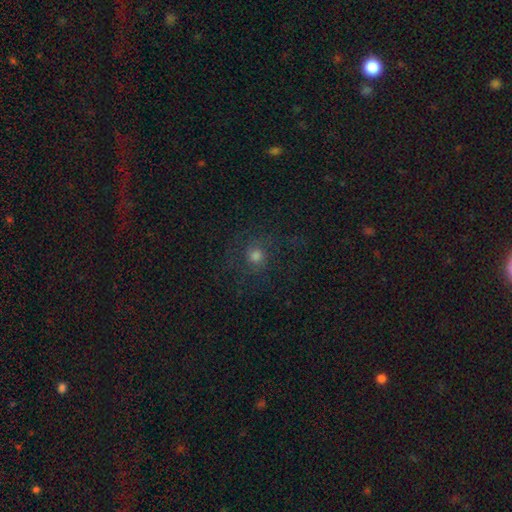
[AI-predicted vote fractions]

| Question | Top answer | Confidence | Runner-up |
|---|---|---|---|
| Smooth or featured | smooth | 49% | featured or disk (29%) |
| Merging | none | 71% | major disturbance (14%) |